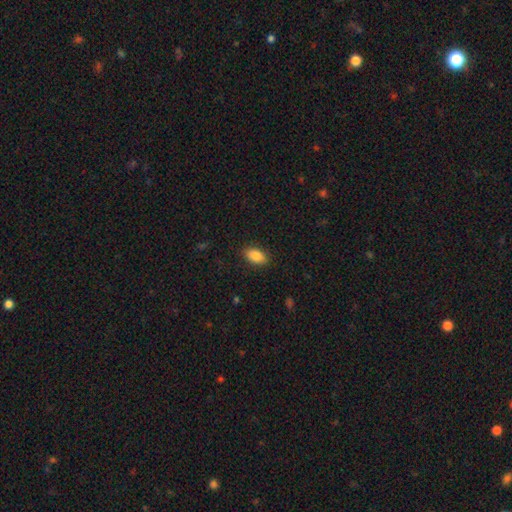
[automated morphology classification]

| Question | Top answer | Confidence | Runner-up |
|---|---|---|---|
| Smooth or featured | smooth | 85% | star or artifact (8%) |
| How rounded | in between | 91% | round (5%) |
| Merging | none | 87% | minor disturbance (10%) |